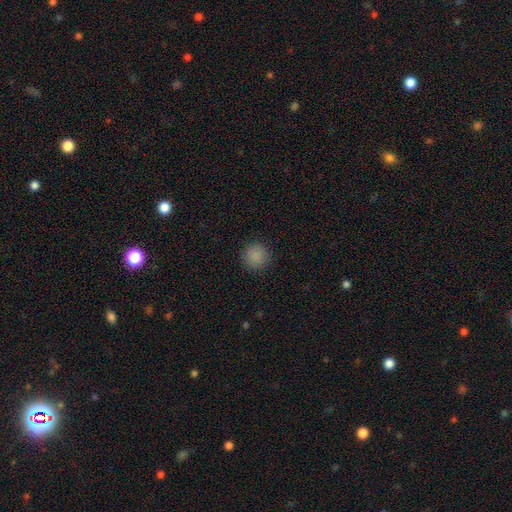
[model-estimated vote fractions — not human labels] Smooth or featured: smooth — 87% (star or artifact — 10%)
How rounded: round — 93% (in between — 6%)
Merging: none — 90% (minor disturbance — 7%)